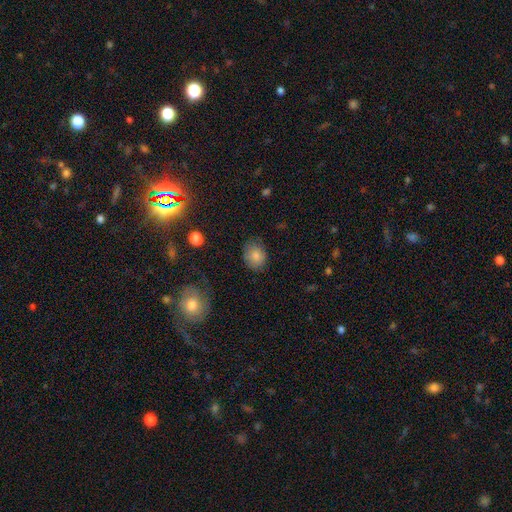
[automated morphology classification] This appears to be a smooth galaxy with no disk features (84%) that is round (52%). Merging: none (78%).